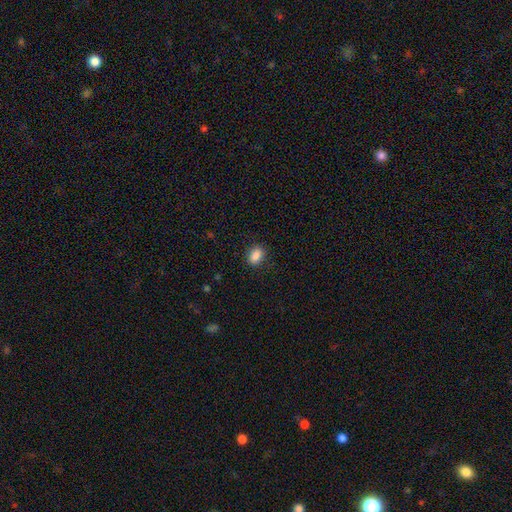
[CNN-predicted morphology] Smooth or featured: smooth — 88% (star or artifact — 9%)
How rounded: in between — 79% (round — 20%)
Merging: none — 86% (minor disturbance — 10%)